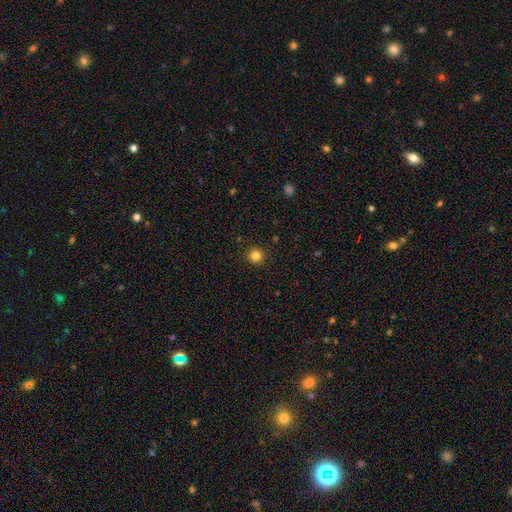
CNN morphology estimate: Smooth or featured? Predicted: smooth (p=0.83). How rounded? Predicted: round (p=0.94). Merging? Predicted: none (p=0.92).